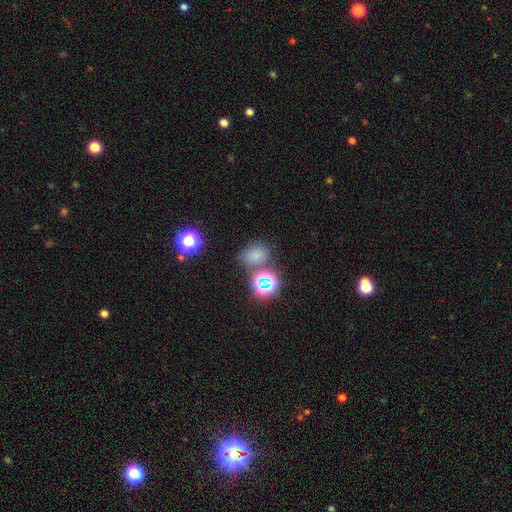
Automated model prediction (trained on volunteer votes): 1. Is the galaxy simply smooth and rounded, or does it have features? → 66% smooth, 26% star or artifact, 8% featured or disk.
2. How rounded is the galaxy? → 52% round, 47% in between, 1% cigar-shaped.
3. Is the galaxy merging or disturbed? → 66% none, 15% merger, 14% minor disturbance, 5% major disturbance.